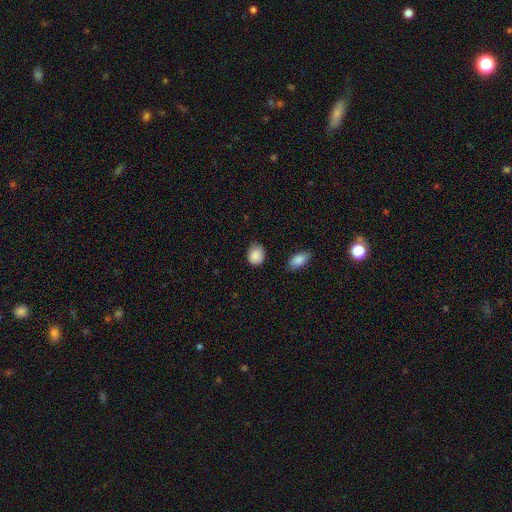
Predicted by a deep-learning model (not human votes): Smooth or featured? Predicted: smooth (p=0.89). How rounded? Predicted: round (p=0.61). Merging? Predicted: none (p=0.73).